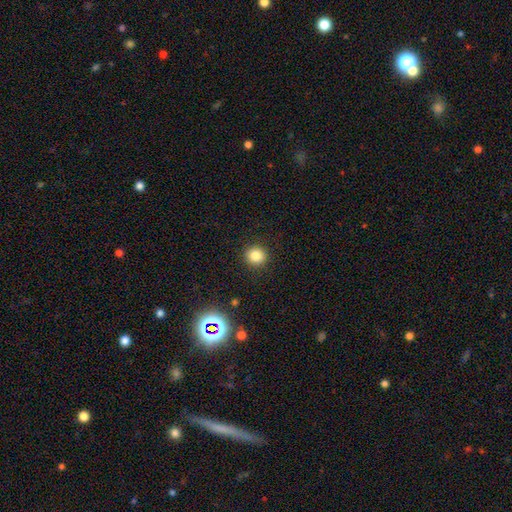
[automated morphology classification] Smooth or featured? Predicted: smooth (p=0.82). How rounded? Predicted: round (p=0.92). Merging? Predicted: none (p=0.91).